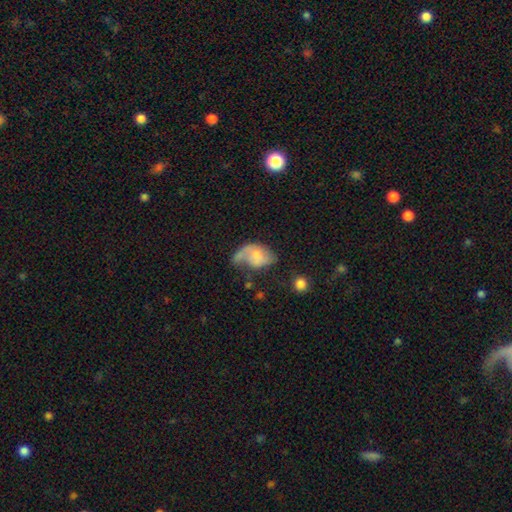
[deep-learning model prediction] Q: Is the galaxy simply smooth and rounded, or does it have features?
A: featured or disk — 47%.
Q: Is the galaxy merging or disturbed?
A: major disturbance — 38%.